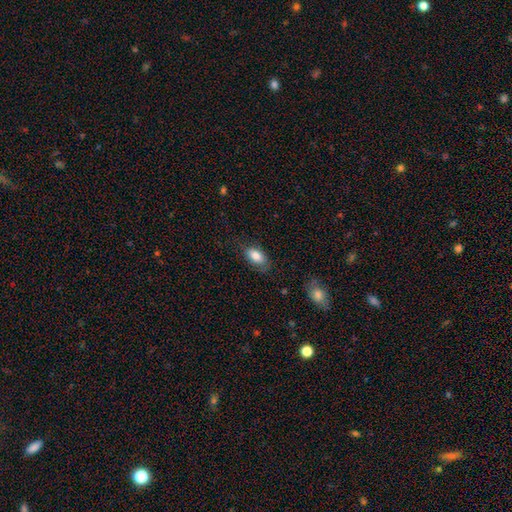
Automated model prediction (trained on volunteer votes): smooth-or-featured: smooth: 83% | featured or disk: 10% | star or artifact: 7%
  how-rounded: in between: 91% | round: 5% | cigar-shaped: 4%
  merging: none: 73% | minor disturbance: 20% | major disturbance: 6% | merger: 1%